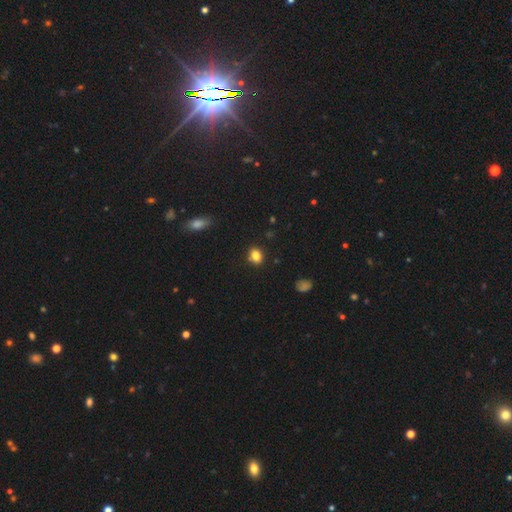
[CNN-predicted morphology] smooth-or-featured: smooth: 83% | star or artifact: 11% | featured or disk: 6%
  how-rounded: in between: 53% | round: 46% | cigar-shaped: 1%
  merging: none: 85% | minor disturbance: 10% | merger: 2% | major disturbance: 2%